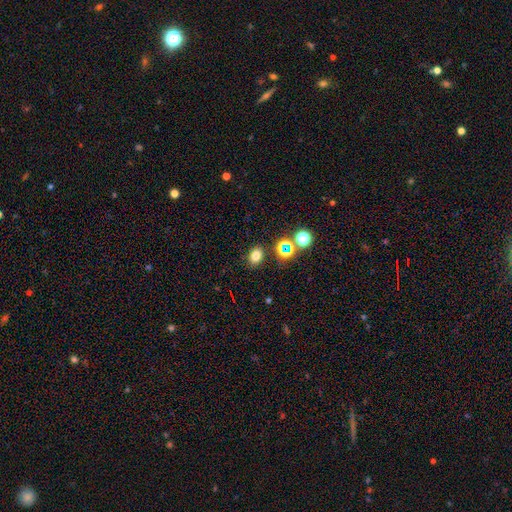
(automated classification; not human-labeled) Smooth or featured: smooth — 75% (star or artifact — 18%)
How rounded: in between — 60% (round — 39%)
Merging: none — 83% (minor disturbance — 9%)